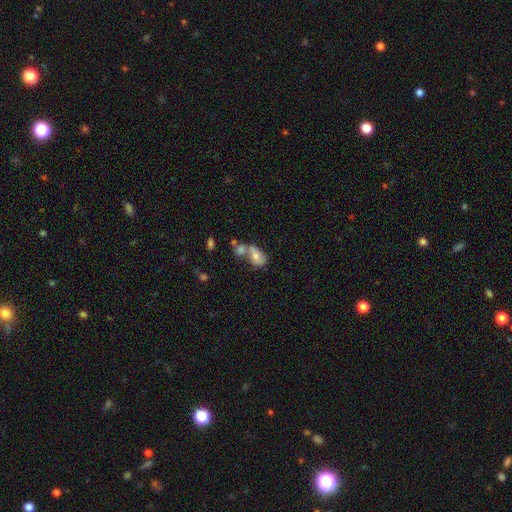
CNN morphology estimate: A smooth galaxy with no disk features (57%) that is in between round and cigar-shaped (79%). Merging: merger (57%).